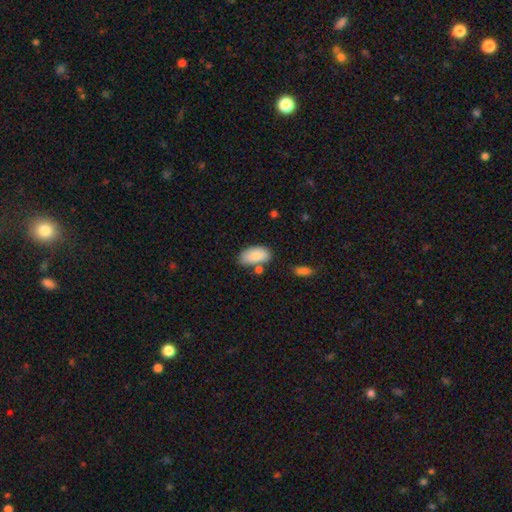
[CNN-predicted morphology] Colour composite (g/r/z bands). It shows a smooth galaxy with no disk features (85%) that is in between round and cigar-shaped (94%). Merging: none (66%).